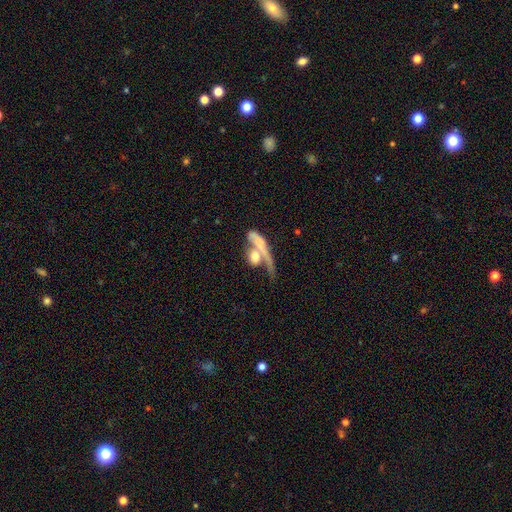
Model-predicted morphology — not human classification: Q: Smooth or featured?
A: smooth (52%); runner-up: featured or disk (40%)
Q: How rounded?
A: in between (44%); runner-up: cigar-shaped (33%)
Q: Merging?
A: merger (54%); runner-up: none (22%)